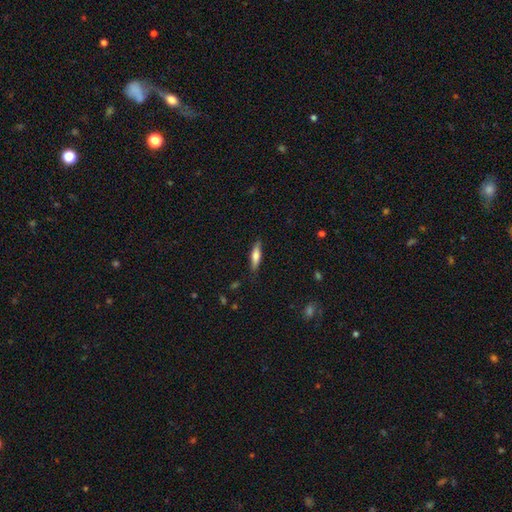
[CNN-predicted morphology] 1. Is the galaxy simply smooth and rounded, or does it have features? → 66% smooth, 27% featured or disk, 6% star or artifact.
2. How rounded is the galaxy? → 63% cigar-shaped, 35% in between, 2% round.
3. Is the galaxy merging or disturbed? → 83% none, 13% minor disturbance, 3% major disturbance, 1% merger.